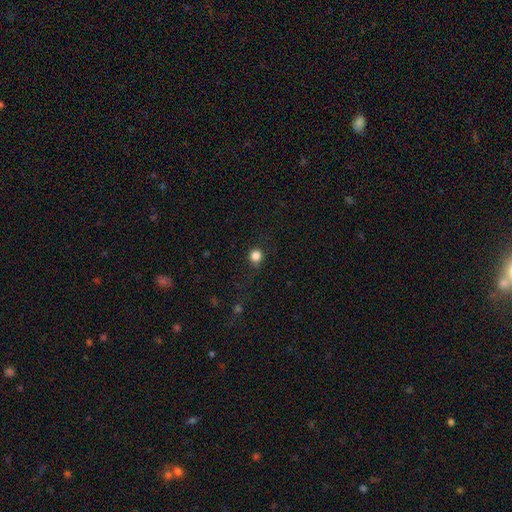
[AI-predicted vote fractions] Smooth or featured? Predicted: smooth (p=0.84). How rounded? Predicted: round (p=0.90). Merging? Predicted: none (p=0.81).